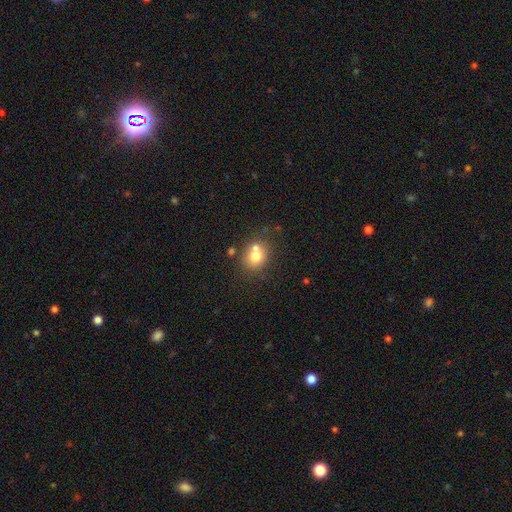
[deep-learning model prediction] Smooth or featured? smooth (72%)
How rounded? round (67%)
Merging? none (52%)